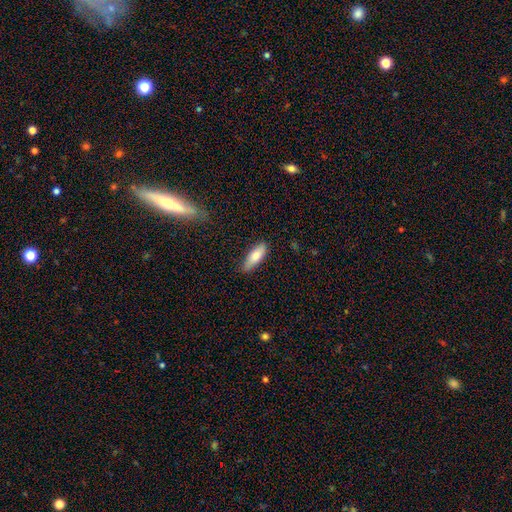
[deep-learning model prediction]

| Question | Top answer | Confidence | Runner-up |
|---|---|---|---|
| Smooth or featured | smooth | 78% | featured or disk (16%) |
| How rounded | in between | 60% | cigar-shaped (38%) |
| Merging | none | 82% | minor disturbance (15%) |